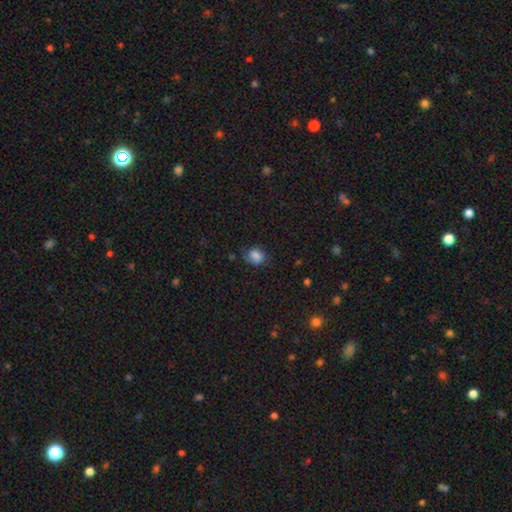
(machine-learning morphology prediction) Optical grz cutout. It shows a smooth galaxy with no disk features (76%) that is in between round and cigar-shaped (50%). Merging: none (64%).